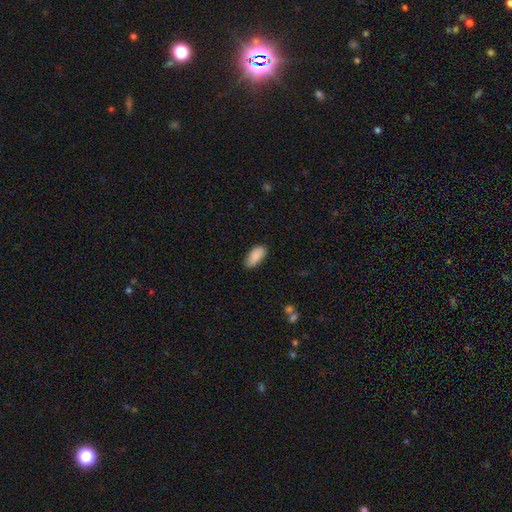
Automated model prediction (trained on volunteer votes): Smooth or featured: smooth — 89% (star or artifact — 6%)
How rounded: in between — 89% (cigar-shaped — 9%)
Merging: none — 81% (minor disturbance — 15%)